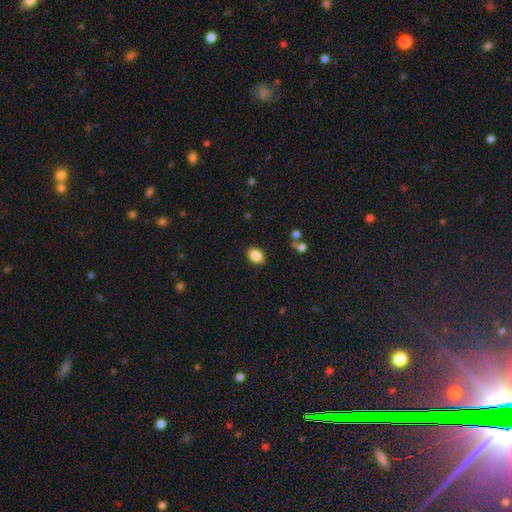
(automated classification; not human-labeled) smooth 86%, star or artifact 9%, featured or disk 5%. Down the decision tree: how rounded — in between (75%); merging — none (88%).